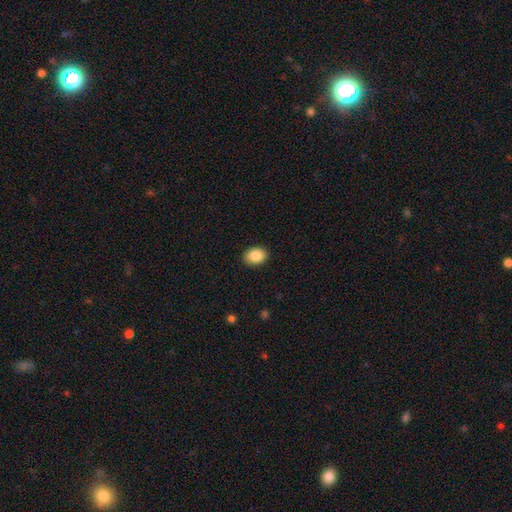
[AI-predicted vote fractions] smooth 87%, star or artifact 8%, featured or disk 5%. Down the decision tree: how rounded — in between (70%); merging — none (90%).